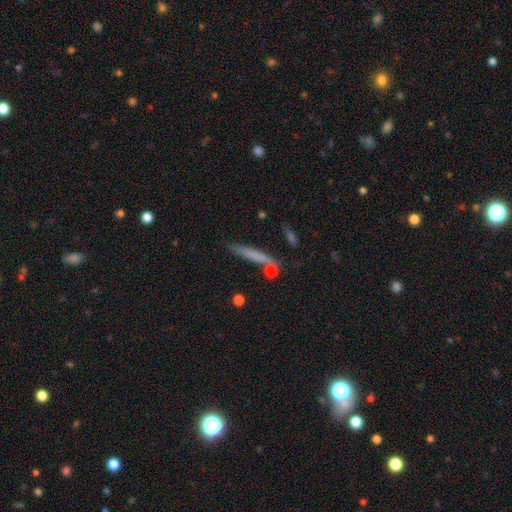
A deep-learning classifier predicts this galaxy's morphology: Overall: smooth (63%; featured or disk 29%). How rounded: cigar-shaped (93%). Merging: none (79%).